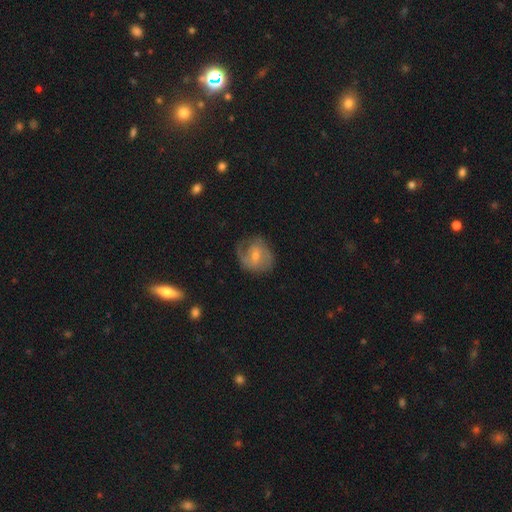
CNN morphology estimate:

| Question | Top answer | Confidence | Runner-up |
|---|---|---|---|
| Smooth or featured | featured or disk | 64% | smooth (29%) |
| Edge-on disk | no | 97% | yes (3%) |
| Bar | weak | 48% | no (41%) |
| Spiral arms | yes | 84% | no (16%) |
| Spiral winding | medium | 42% | tight (36%) |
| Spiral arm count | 2 | 50% | 1 (24%) |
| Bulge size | moderate | 50% | small (45%) |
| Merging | none | 61% | minor disturbance (23%) |